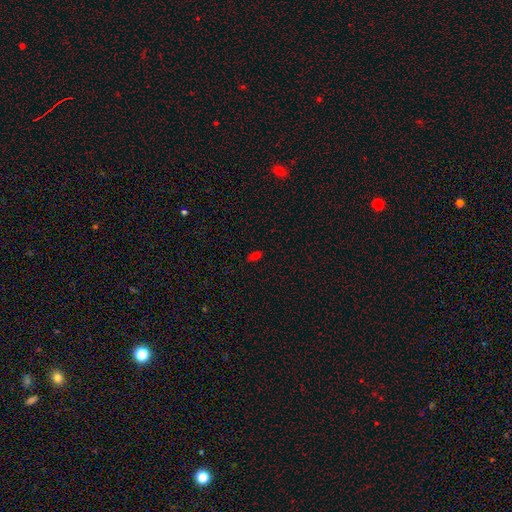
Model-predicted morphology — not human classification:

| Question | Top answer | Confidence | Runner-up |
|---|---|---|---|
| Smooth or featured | smooth | 69% | star or artifact (25%) |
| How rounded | in between | 86% | round (8%) |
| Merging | none | 81% | minor disturbance (13%) |